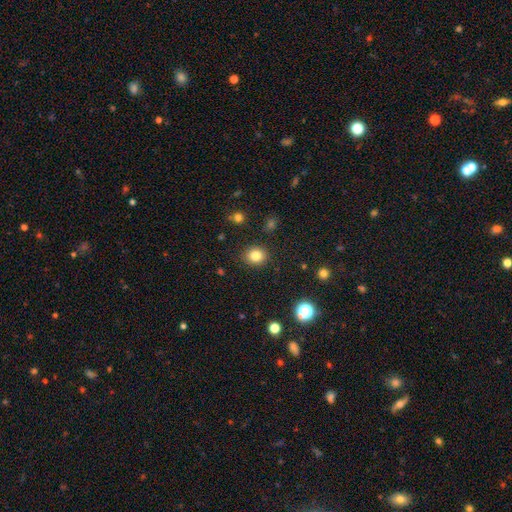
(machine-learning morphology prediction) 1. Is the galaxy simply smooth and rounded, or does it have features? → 82% smooth, 12% star or artifact, 6% featured or disk.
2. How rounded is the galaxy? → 72% round, 27% in between, 1% cigar-shaped.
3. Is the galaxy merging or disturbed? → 89% none, 7% minor disturbance, 2% major disturbance, 1% merger.